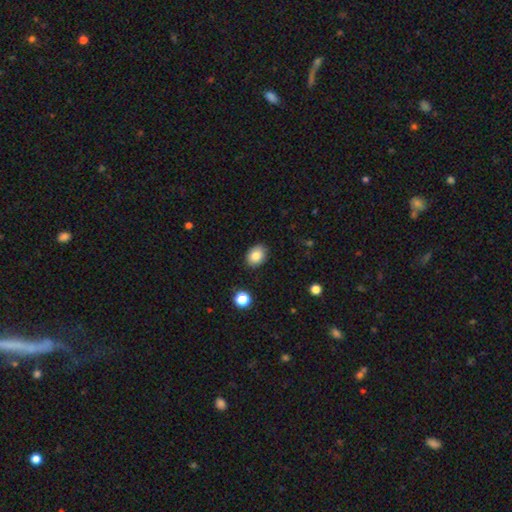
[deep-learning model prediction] Smooth or featured: smooth — 84% (star or artifact — 9%)
How rounded: in between — 64% (round — 35%)
Merging: none — 87% (minor disturbance — 9%)